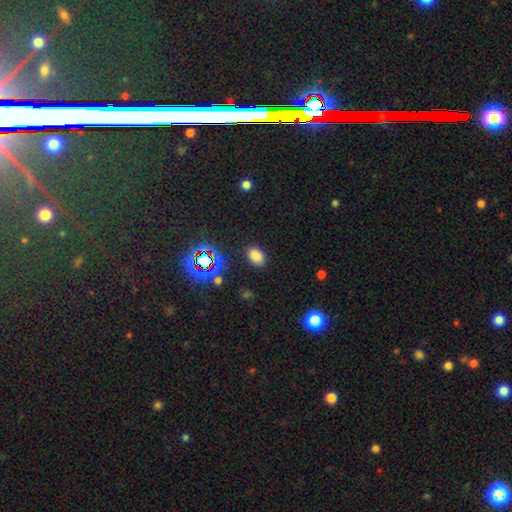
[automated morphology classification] Overall: smooth (76%). How rounded: in between (85%). Merging: none (85%).